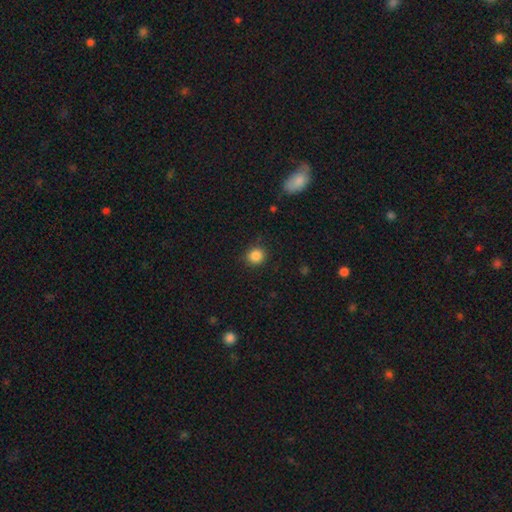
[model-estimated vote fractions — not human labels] This appears to be a smooth galaxy with no disk features (85%) that is round (87%). Merging: none (87%).